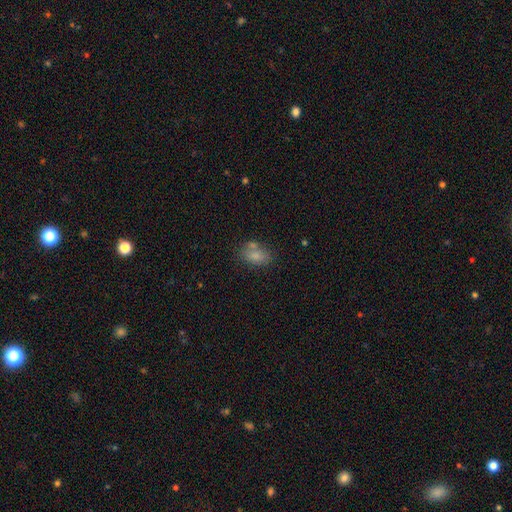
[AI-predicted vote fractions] Morphology: type=smooth (80%); roundness=in between (86%); merging=none (57%).